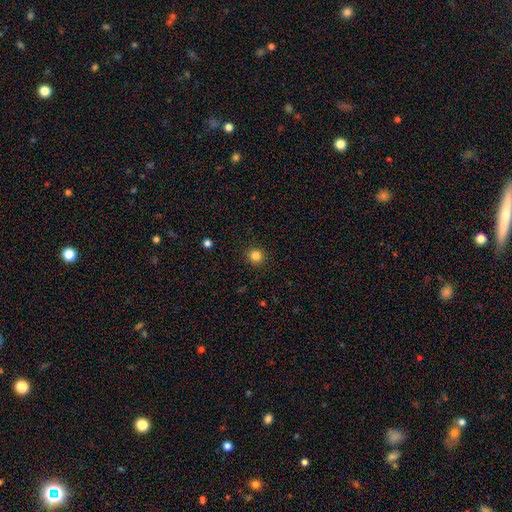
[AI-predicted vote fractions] smooth-or-featured: smooth: 84% | star or artifact: 12% | featured or disk: 4%
  how-rounded: round: 92% | in between: 7% | cigar-shaped: 1%
  merging: none: 92% | minor disturbance: 5% | major disturbance: 2% | merger: 1%